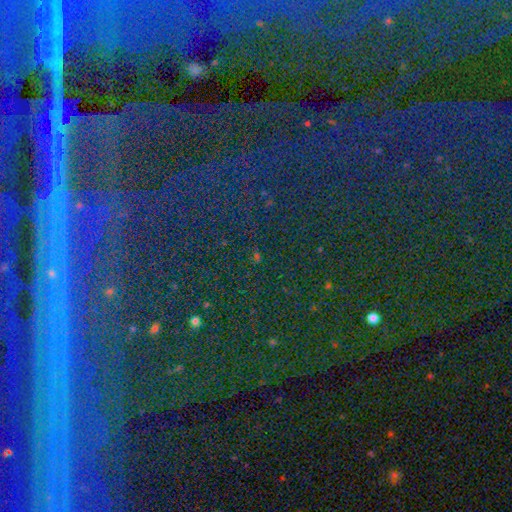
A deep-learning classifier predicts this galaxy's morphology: Overall: star or artifact (79%).